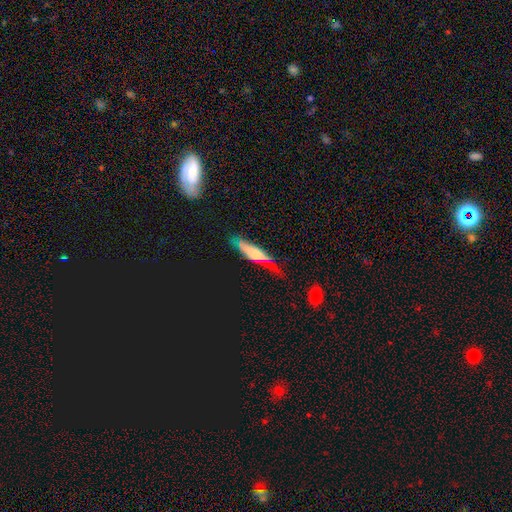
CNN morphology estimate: smooth 51%, featured or disk 38%, star or artifact 12%. Down the decision tree: how rounded — cigar-shaped (75%); merging — none (40%).